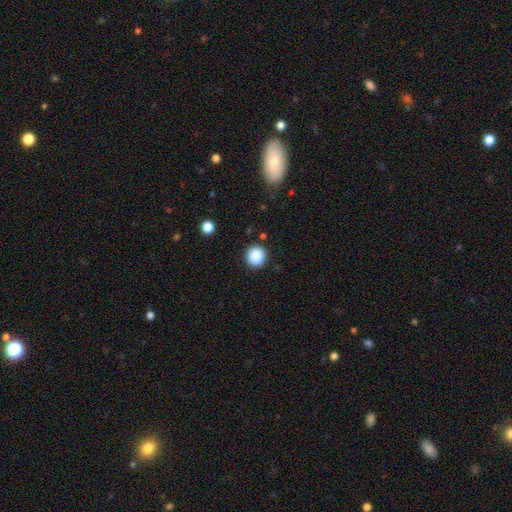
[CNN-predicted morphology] smooth 88%, star or artifact 9%, featured or disk 3%. Down the decision tree: how rounded — round (91%); merging — none (90%).